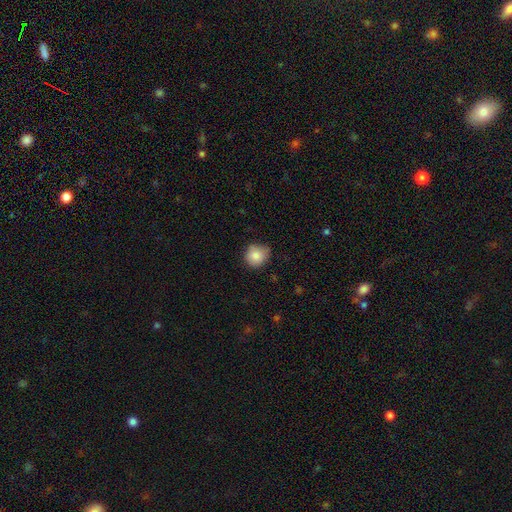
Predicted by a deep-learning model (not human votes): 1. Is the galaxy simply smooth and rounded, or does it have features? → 84% smooth, 9% star or artifact, 7% featured or disk.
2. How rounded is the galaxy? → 86% round, 13% in between, 1% cigar-shaped.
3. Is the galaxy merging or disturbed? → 69% none, 25% minor disturbance, 4% major disturbance, 2% merger.